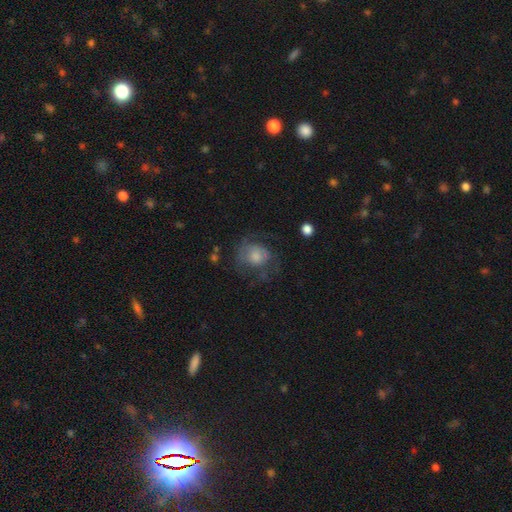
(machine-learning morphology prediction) type=smooth (44%); merging=none (54%).